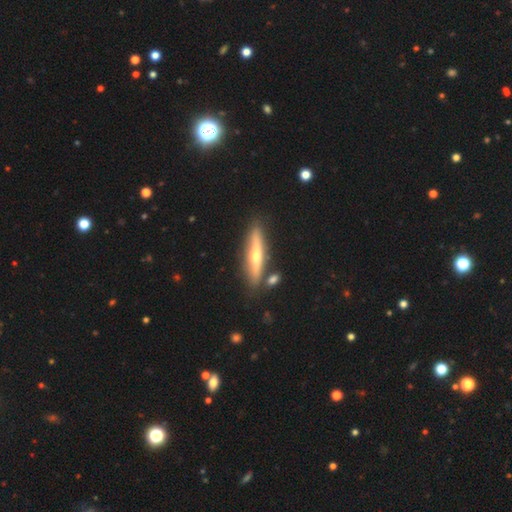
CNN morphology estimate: Smooth or featured?
  - featured or disk: 61% *
  - smooth: 32%
  - star or artifact: 7%
Edge-on disk?
  - yes: 89% *
  - no: 11%
Edge-on bulge?
  - rounded: 86% *
  - none: 10%
  - boxy: 3%
Merging?
  - none: 82% *
  - minor disturbance: 11%
  - merger: 4%
  - major disturbance: 2%